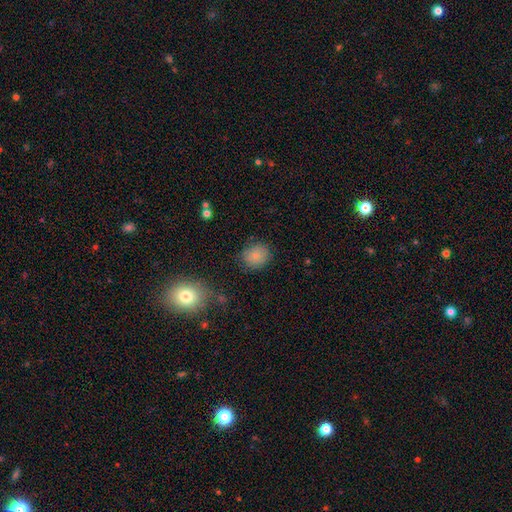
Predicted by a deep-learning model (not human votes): smooth_or_featured: smooth (p=0.82) [alt: star or artifact p=0.10]
how_rounded: round (p=0.70) [alt: in between p=0.29]
merging: none (p=0.82) [alt: minor disturbance p=0.12]